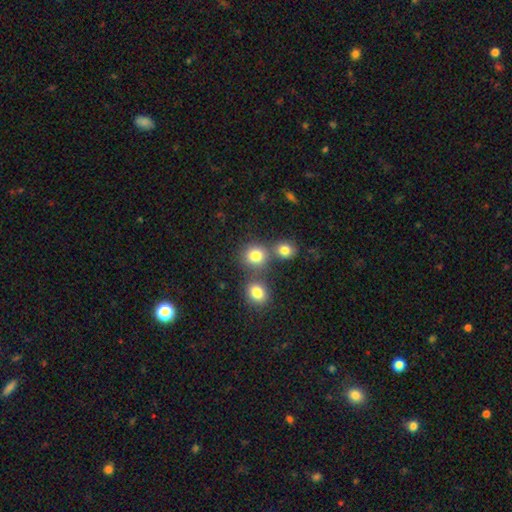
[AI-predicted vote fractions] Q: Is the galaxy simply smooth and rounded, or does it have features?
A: smooth — 80%.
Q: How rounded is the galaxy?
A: round — 85%.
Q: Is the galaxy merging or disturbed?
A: none — 63%.